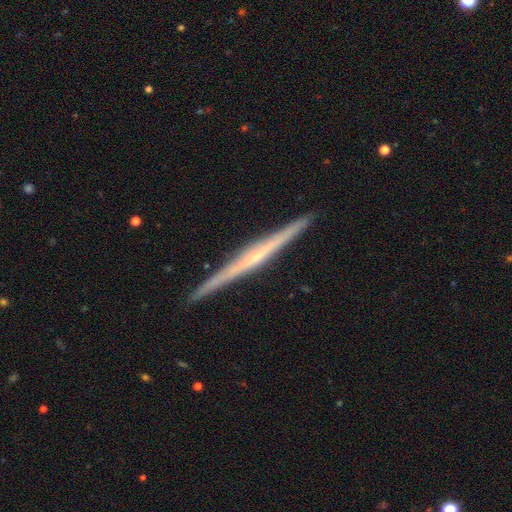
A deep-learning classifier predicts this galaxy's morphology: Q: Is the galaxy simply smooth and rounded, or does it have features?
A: featured or disk — 77%.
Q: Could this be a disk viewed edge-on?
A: yes — 98%.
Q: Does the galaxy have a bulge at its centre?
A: none — 57%.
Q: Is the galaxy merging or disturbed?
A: none — 92%.